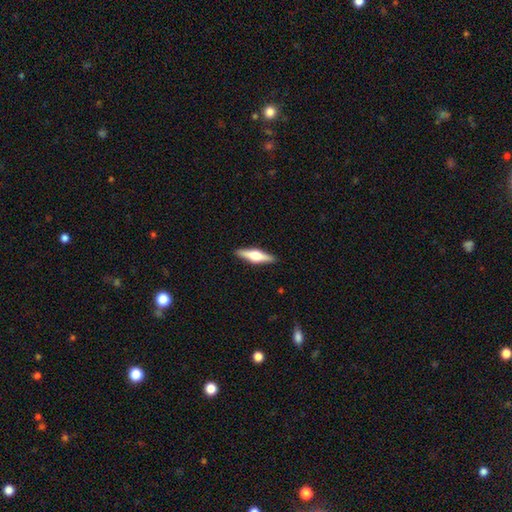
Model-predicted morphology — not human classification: featured or disk 63%, smooth 32%, star or artifact 5%. Down the decision tree: edge-on disk — yes (97%); edge-on bulge — rounded (94%); merging — none (91%).